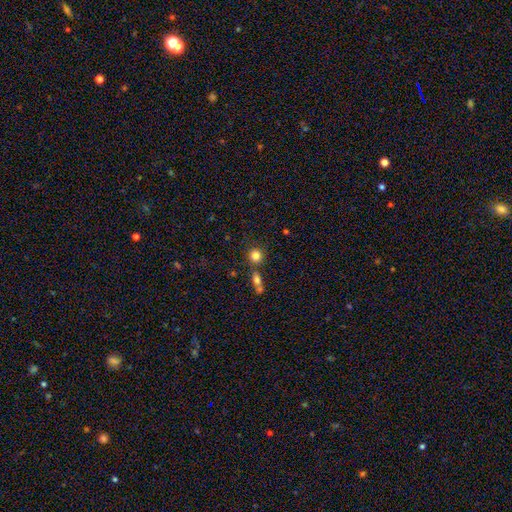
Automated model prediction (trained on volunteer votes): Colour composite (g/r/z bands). It shows a smooth galaxy with no disk features (82%) that is round (89%). Merging: none (72%).